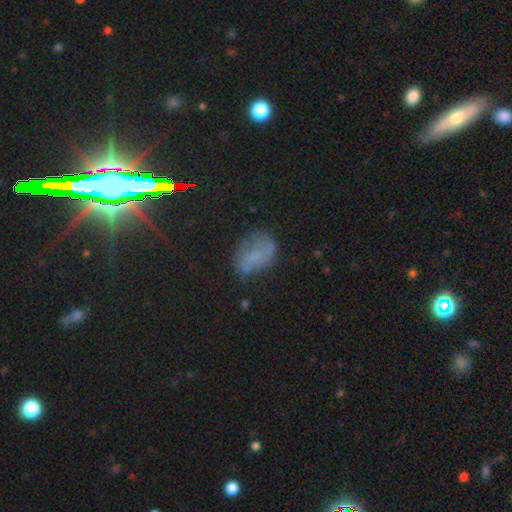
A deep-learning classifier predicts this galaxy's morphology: Q: Smooth or featured?
A: smooth (43%); runner-up: star or artifact (29%)
Q: Merging?
A: none (51%); runner-up: minor disturbance (27%)